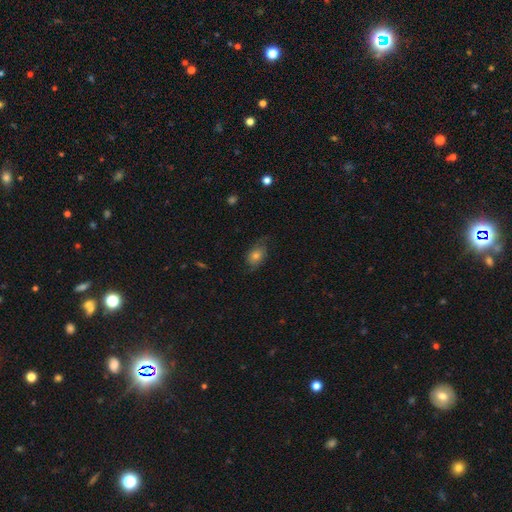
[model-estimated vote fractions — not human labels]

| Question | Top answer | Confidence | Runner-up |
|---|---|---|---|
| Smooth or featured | smooth | 63% | featured or disk (26%) |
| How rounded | in between | 75% | round (23%) |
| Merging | none | 61% | minor disturbance (27%) |